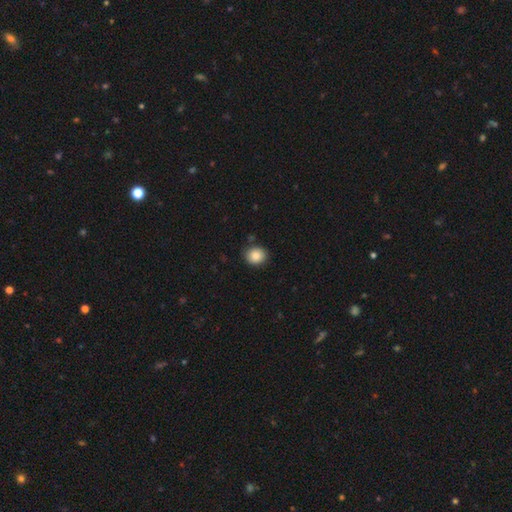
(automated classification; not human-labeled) This appears to be a smooth galaxy with no disk features (87%) that is round (72%). Merging: none (86%).